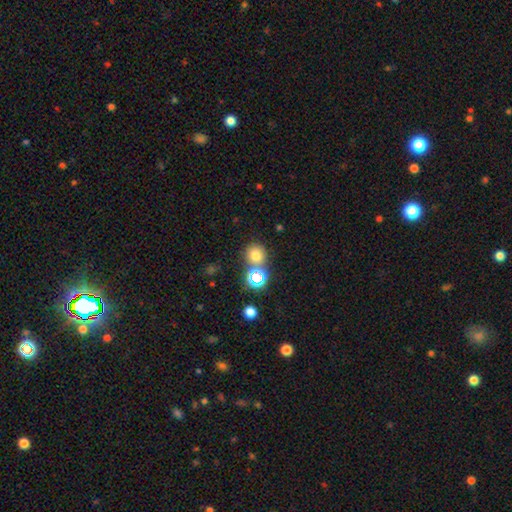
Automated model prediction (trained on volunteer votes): A smooth galaxy with no disk features (70%) that is round (85%).

Vote fractions:
- Smooth or featured? smooth: 70% / star or artifact: 22% / featured or disk: 8%
- How rounded? round: 85% / in between: 14% / cigar-shaped: 1%
- Merging? none: 70% / merger: 18% / minor disturbance: 9% / major disturbance: 4%